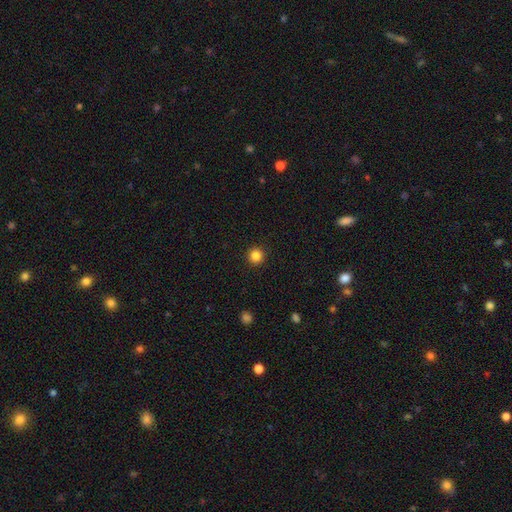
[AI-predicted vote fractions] Overall: smooth (85%). How rounded: round (95%). Merging: none (93%).